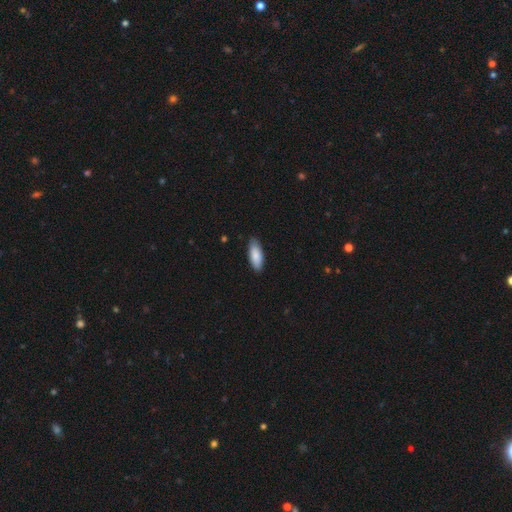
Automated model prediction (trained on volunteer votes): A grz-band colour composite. It shows a smooth galaxy with no disk features (87%) that is in between round and cigar-shaped (79%). Merging: none (85%).